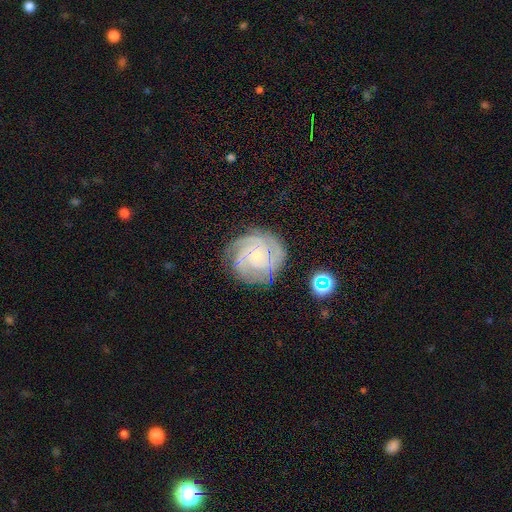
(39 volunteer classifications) Smooth or featured?
  - featured or disk: 82% *
  - star or artifact: 10%
  - smooth: 8%
Edge-on disk?
  - no: 100% *
  - yes: 0%
Bar?
  - no: 75% *
  - weak: 16%
  - strong: 9%
Spiral arms?
  - yes: 97% *
  - no: 3%
Spiral winding?
  - tight: 68% *
  - medium: 29%
  - loose: 3%
Spiral arm count?
  - 3: 87% *
  - 2: 6%
  - 4: 6%
  - 1: 0%
  - more than 4: 0%
  - can't tell: 0%
Bulge size?
  - small: 66% *
  - moderate: 31%
  - none: 3%
  - dominant: 0%
  - large: 0%
Merging?
  - none: 74% *
  - minor disturbance: 17%
  - major disturbance: 6%
  - merger: 3%